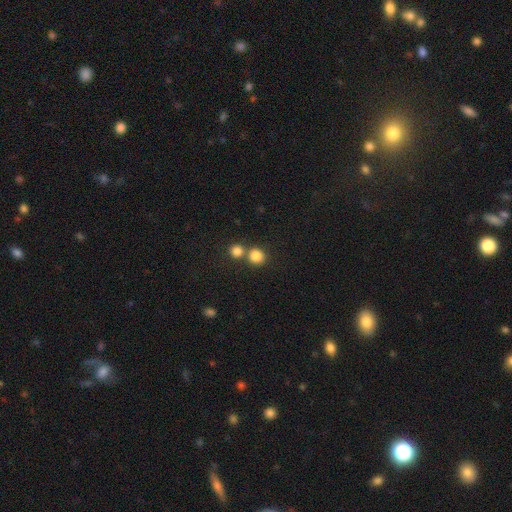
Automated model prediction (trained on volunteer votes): A smooth galaxy with no disk features (84%) that is round (86%).

Vote fractions:
- Smooth or featured? smooth: 84% / star or artifact: 11% / featured or disk: 5%
- How rounded? round: 86% / in between: 14% / cigar-shaped: 1%
- Merging? none: 56% / merger: 34% / minor disturbance: 7% / major disturbance: 3%